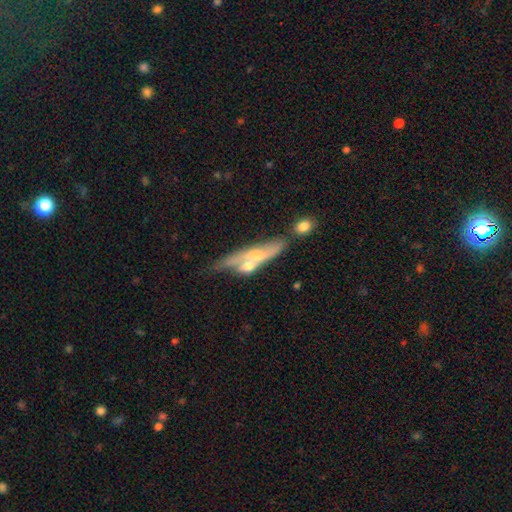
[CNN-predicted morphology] Q: Smooth or featured?
A: featured or disk (64%); runner-up: smooth (28%)
Q: Edge-on disk?
A: yes (51%); runner-up: no (49%)
Q: Merging?
A: none (37%); runner-up: merger (34%)